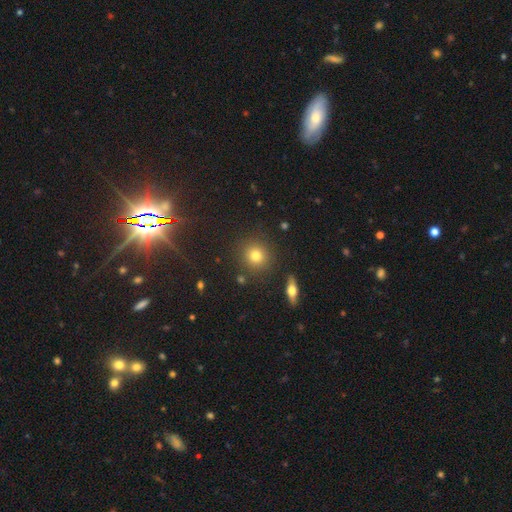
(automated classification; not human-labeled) smooth_or_featured: smooth (p=0.77) [alt: star or artifact p=0.13]
how_rounded: round (p=0.89) [alt: in between p=0.10]
merging: none (p=0.87) [alt: minor disturbance p=0.07]